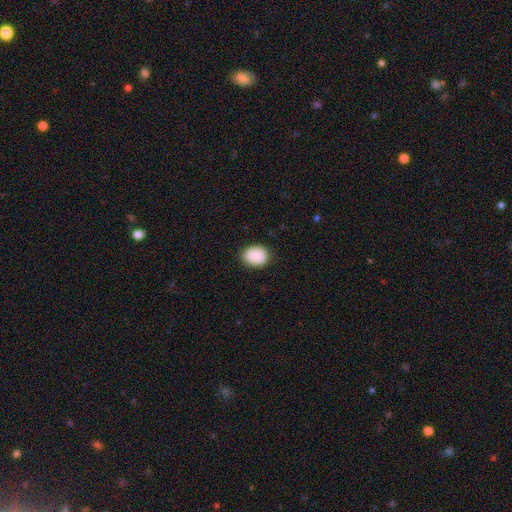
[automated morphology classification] Smooth or featured? smooth (89%)
How rounded? in between (53%)
Merging? none (85%)